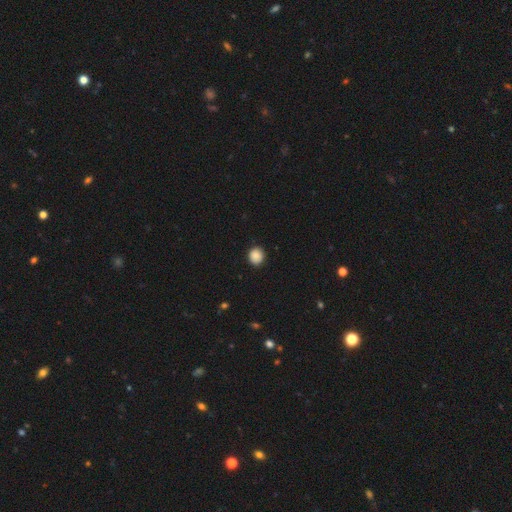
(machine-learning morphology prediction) Smooth or featured?
  - smooth: 88% *
  - star or artifact: 9%
  - featured or disk: 3%
How rounded?
  - round: 83% *
  - in between: 16%
  - cigar-shaped: 1%
Merging?
  - none: 89% *
  - minor disturbance: 8%
  - major disturbance: 2%
  - merger: 1%